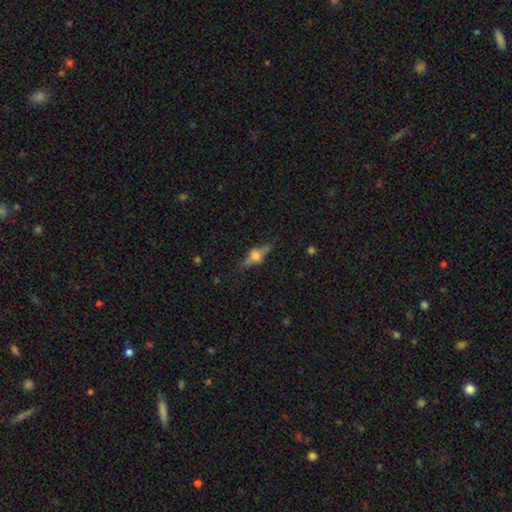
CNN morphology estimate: Q: Smooth or featured?
A: featured or disk (66%); runner-up: smooth (24%)
Q: Edge-on disk?
A: yes (94%); runner-up: no (6%)
Q: Edge-on bulge?
A: rounded (92%); runner-up: boxy (6%)
Q: Merging?
A: none (80%); runner-up: minor disturbance (14%)